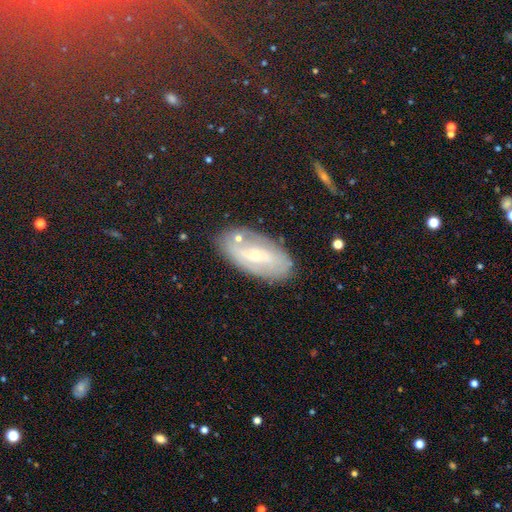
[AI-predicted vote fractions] A featured or disk galaxy (62%) with no bar (47%), no spiral arms (56%) and a small central bulge (64%). Merging: none (78%).